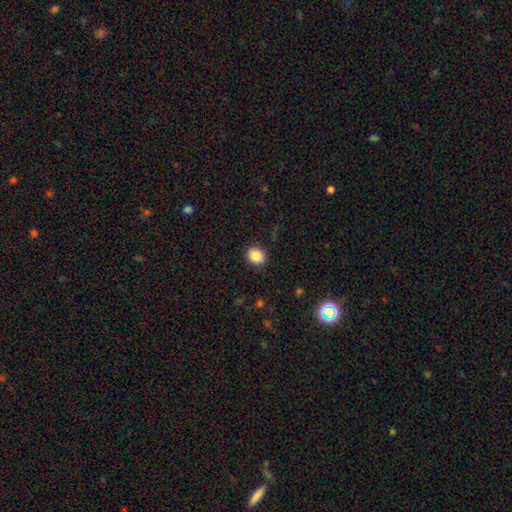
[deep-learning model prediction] smooth-or-featured: smooth: 87% | star or artifact: 9% | featured or disk: 4%
  how-rounded: round: 67% | in between: 32% | cigar-shaped: 1%
  merging: none: 88% | minor disturbance: 8% | major disturbance: 3% | merger: 1%